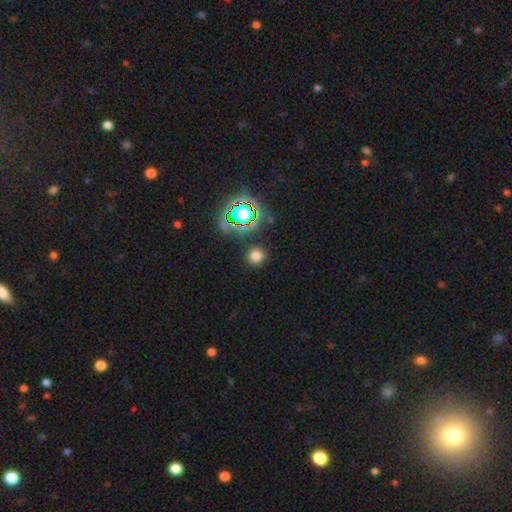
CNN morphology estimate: A smooth galaxy with no disk features (71%) that is round (91%). Merging: none (87%).